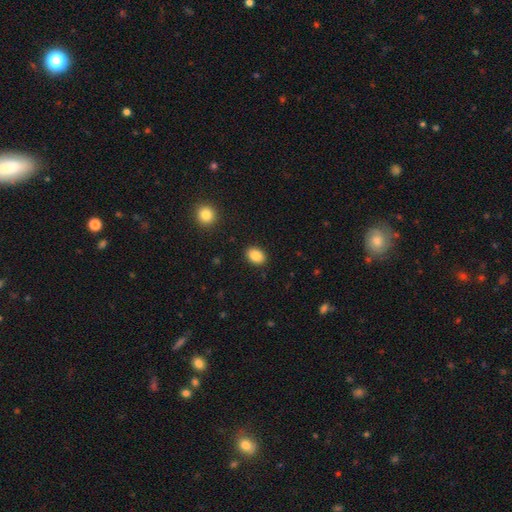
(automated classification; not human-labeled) Smooth or featured? Predicted: smooth (p=0.87). How rounded? Predicted: in between (p=0.72). Merging? Predicted: none (p=0.89).